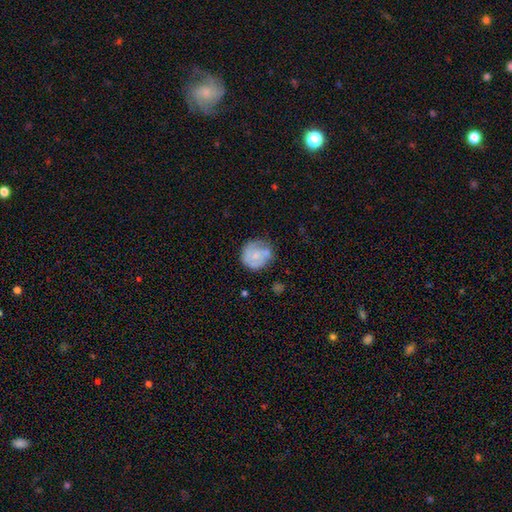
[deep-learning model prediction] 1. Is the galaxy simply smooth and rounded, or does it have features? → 55% smooth, 37% featured or disk, 8% star or artifact.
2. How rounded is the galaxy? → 84% round, 15% in between, 1% cigar-shaped.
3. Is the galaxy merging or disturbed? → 56% none, 27% minor disturbance, 12% major disturbance, 5% merger.